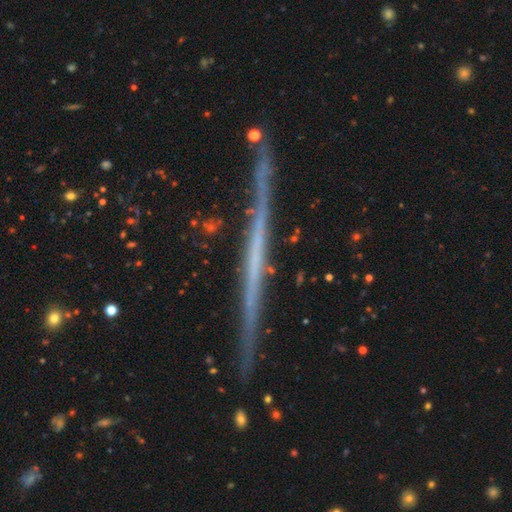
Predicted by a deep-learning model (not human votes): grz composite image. It shows a featured or disk galaxy (72%) viewed edge-on (98%) with no central bulge (90%). Merging: none (90%).